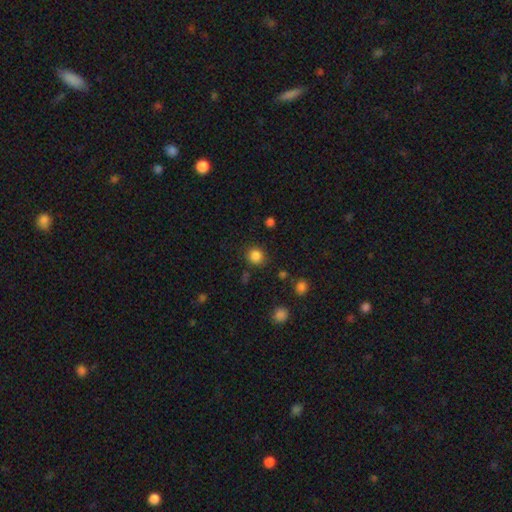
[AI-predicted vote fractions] Q: Smooth or featured?
A: smooth (85%); runner-up: star or artifact (12%)
Q: How rounded?
A: round (90%); runner-up: in between (9%)
Q: Merging?
A: none (86%); runner-up: minor disturbance (8%)